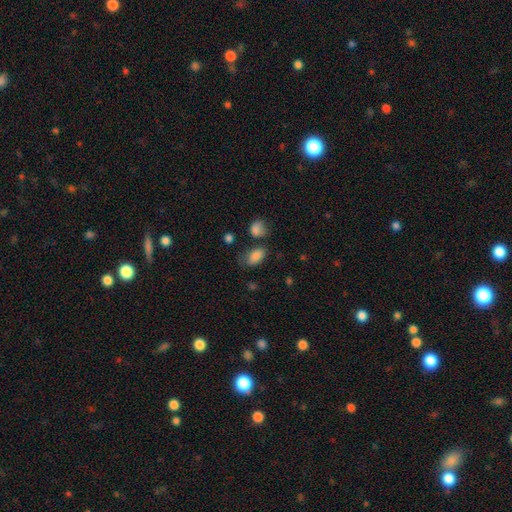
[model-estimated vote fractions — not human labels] This is clearly a smooth galaxy (85%). How rounded: clearly in between (91%). Merging: possibly none (59%).